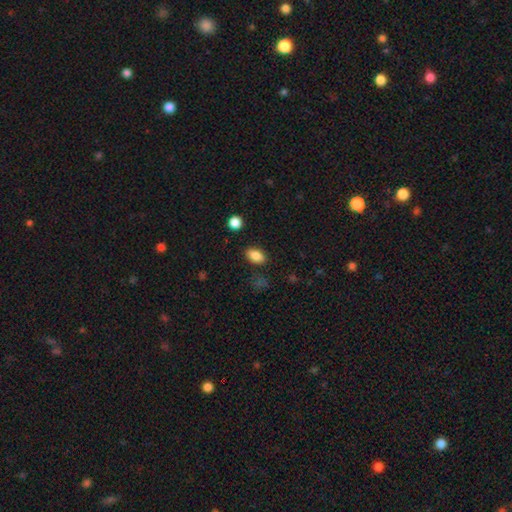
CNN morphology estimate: smooth-or-featured: smooth: 86% | star or artifact: 9% | featured or disk: 5%
  how-rounded: in between: 89% | round: 9% | cigar-shaped: 3%
  merging: none: 86% | minor disturbance: 10% | major disturbance: 3% | merger: 2%